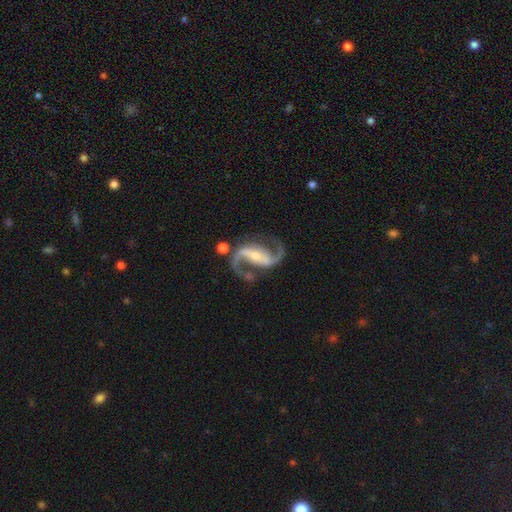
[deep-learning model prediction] Q: Smooth or featured?
A: featured or disk (93%); runner-up: star or artifact (4%)
Q: Edge-on disk?
A: no (98%); runner-up: yes (2%)
Q: Bar?
A: strong (56%); runner-up: weak (29%)
Q: Spiral arms?
A: yes (98%); runner-up: no (2%)
Q: Spiral winding?
A: medium (46%); tied with: loose (46%)
Q: Spiral arm count?
A: 2 (94%); runner-up: 1 (2%)
Q: Bulge size?
A: small (56%); runner-up: moderate (34%)
Q: Merging?
A: none (75%); runner-up: minor disturbance (13%)